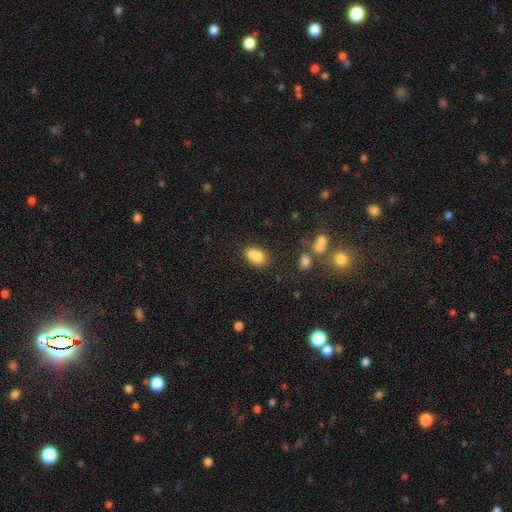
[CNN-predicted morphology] Smooth or featured: smooth — 79% (featured or disk — 11%)
How rounded: in between — 80% (round — 18%)
Merging: none — 49% (merger — 28%)